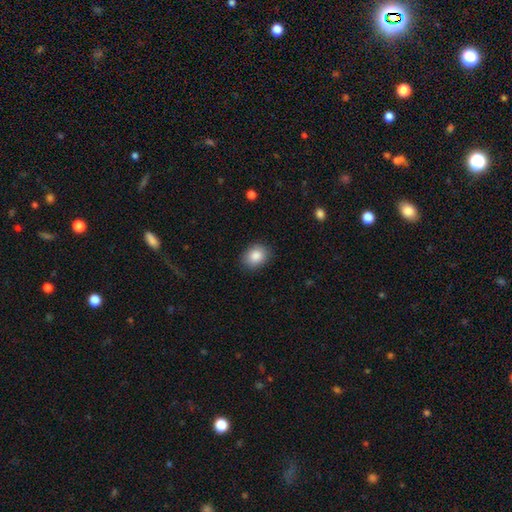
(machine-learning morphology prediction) Smooth or featured?
  - smooth: 87% *
  - star or artifact: 8%
  - featured or disk: 5%
How rounded?
  - in between: 54% *
  - round: 45%
  - cigar-shaped: 1%
Merging?
  - none: 86% *
  - minor disturbance: 10%
  - major disturbance: 2%
  - merger: 1%